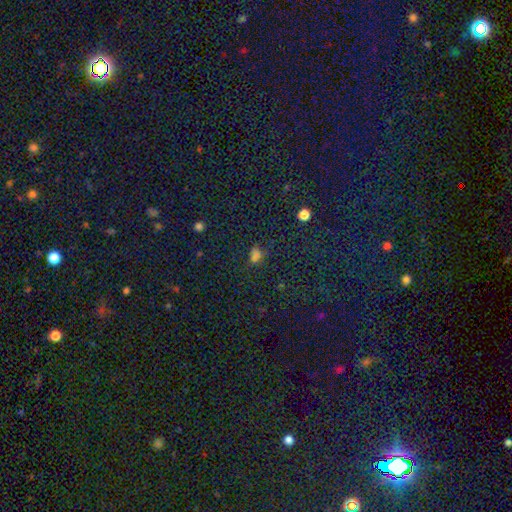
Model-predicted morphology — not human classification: Q: Smooth or featured?
A: smooth (60%); runner-up: star or artifact (32%)
Q: How rounded?
A: in between (72%); runner-up: round (23%)
Q: Merging?
A: none (59%); runner-up: minor disturbance (20%)